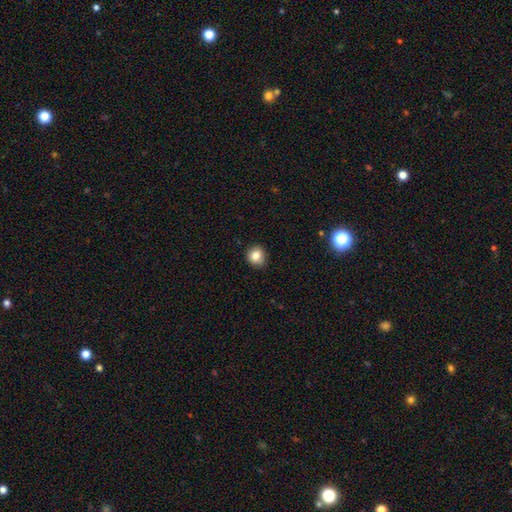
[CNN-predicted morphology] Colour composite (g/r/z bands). It shows a smooth galaxy with no disk features (83%) that is round (89%). Merging: none (88%).